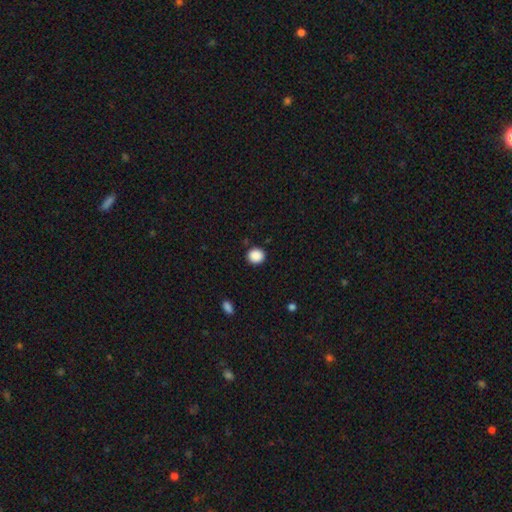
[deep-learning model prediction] A smooth galaxy with no disk features (89%) that is round (85%).

Vote fractions:
- Smooth or featured? smooth: 89% / star or artifact: 9% / featured or disk: 2%
- How rounded? round: 85% / in between: 14% / cigar-shaped: 1%
- Merging? none: 89% / minor disturbance: 7% / major disturbance: 2% / merger: 1%